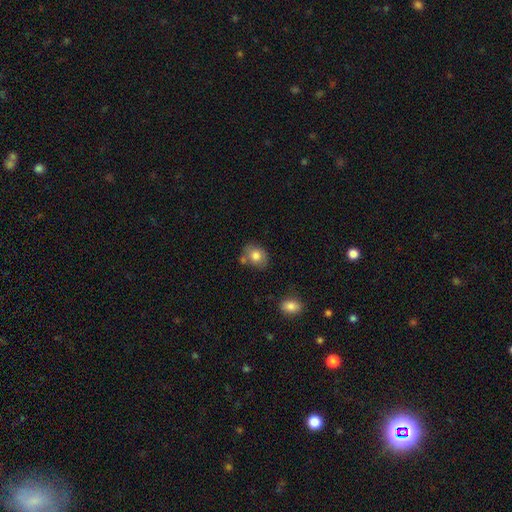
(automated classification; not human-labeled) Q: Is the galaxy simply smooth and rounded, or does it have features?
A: smooth — 79%.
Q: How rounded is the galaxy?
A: round — 50%.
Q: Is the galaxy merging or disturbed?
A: none — 63%.